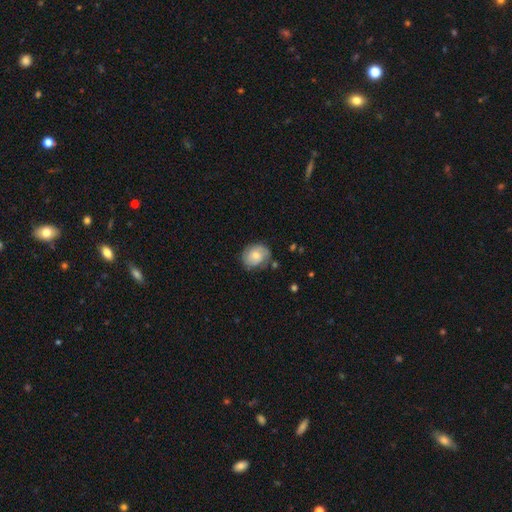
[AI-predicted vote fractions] Morphology: type=smooth (52%); roundness=round (60%); merging=none (69%).